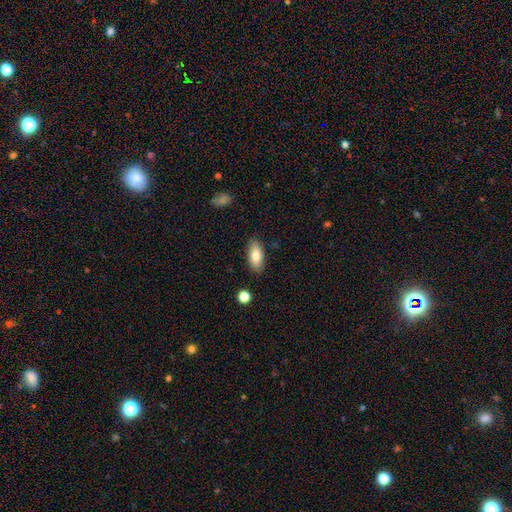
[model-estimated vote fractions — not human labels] smooth_or_featured: smooth (p=0.81) [alt: featured or disk p=0.13]
how_rounded: in between (p=0.86) [alt: cigar-shaped p=0.12]
merging: none (p=0.86) [alt: minor disturbance p=0.10]